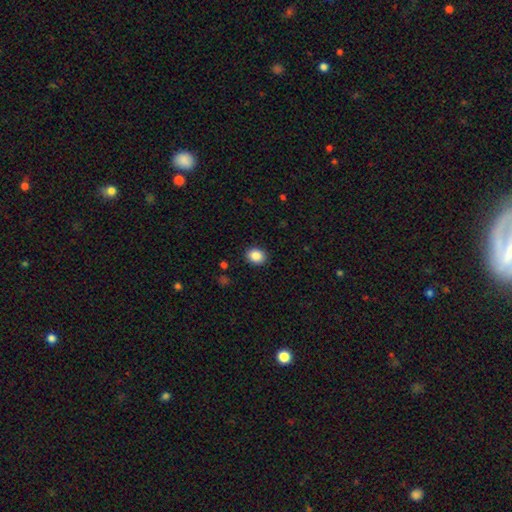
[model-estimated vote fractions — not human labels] smooth_or_featured: smooth (p=0.87) [alt: star or artifact p=0.09]
how_rounded: round (p=0.58) [alt: in between p=0.41]
merging: none (p=0.90) [alt: minor disturbance p=0.07]